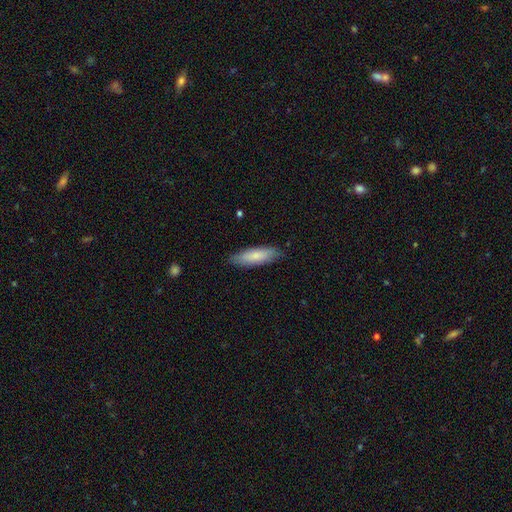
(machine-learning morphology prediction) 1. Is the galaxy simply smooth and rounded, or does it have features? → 80% smooth, 15% featured or disk, 5% star or artifact.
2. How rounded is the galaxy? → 51% cigar-shaped, 47% in between, 2% round.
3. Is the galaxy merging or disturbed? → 86% none, 11% minor disturbance, 2% major disturbance, 1% merger.